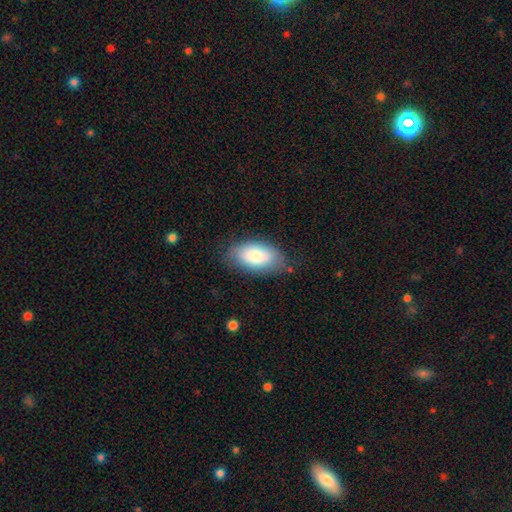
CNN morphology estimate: This appears to be a smooth galaxy with no disk features (81%) that is in between round and cigar-shaped (95%). Merging: none (74%).